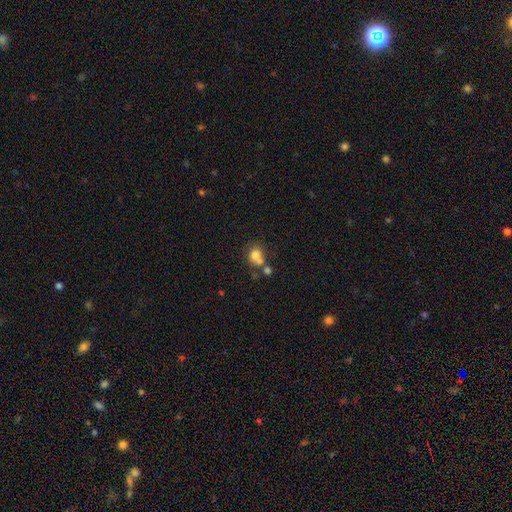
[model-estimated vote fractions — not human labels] smooth 75%, featured or disk 14%, star or artifact 11%. Down the decision tree: how rounded — round (71%); merging — merger (42%).